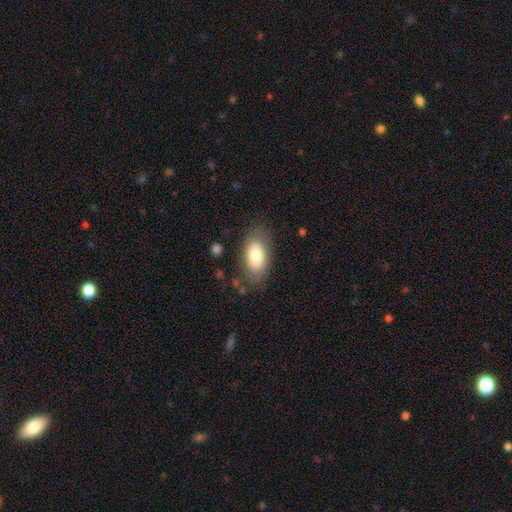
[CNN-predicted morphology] Smooth or featured: smooth — 73% (featured or disk — 20%)
How rounded: in between — 92% (round — 5%)
Merging: none — 77% (minor disturbance — 15%)